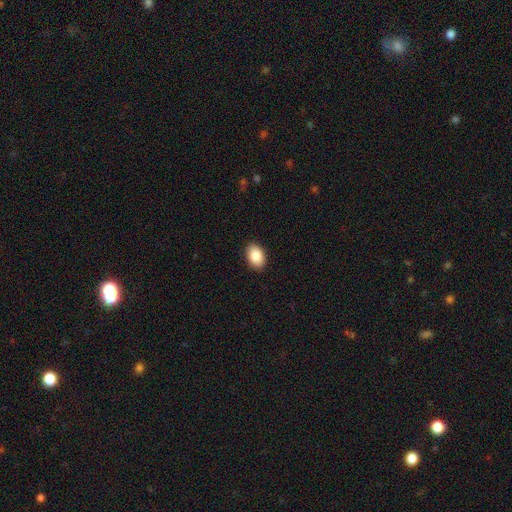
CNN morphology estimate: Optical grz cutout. It shows a smooth galaxy with no disk features (87%) that is in between round and cigar-shaped (87%). Merging: none (91%).